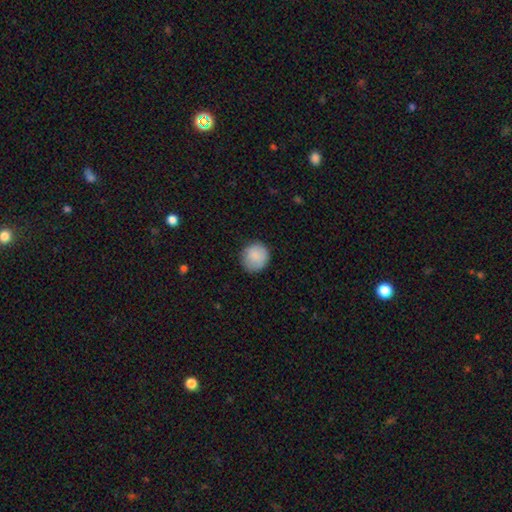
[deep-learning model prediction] Smooth or featured? Predicted: smooth (p=0.87). How rounded? Predicted: round (p=0.90). Merging? Predicted: none (p=0.84).